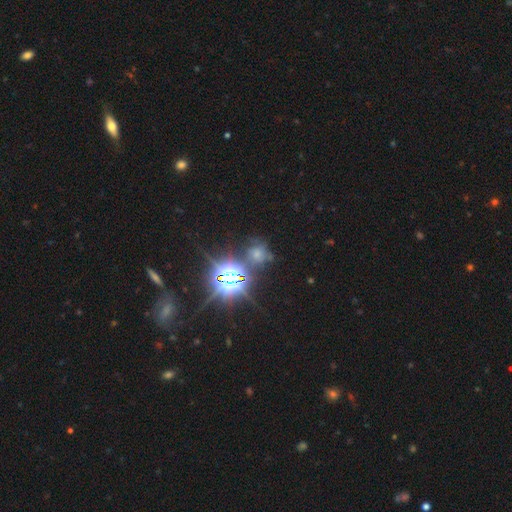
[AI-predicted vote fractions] smooth-or-featured: star or artifact: 66% | smooth: 22% | featured or disk: 13%